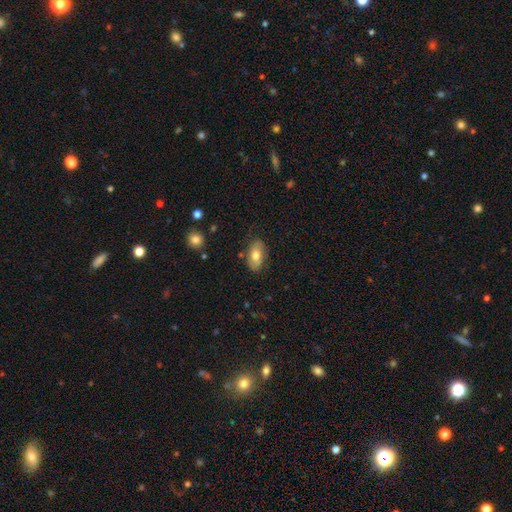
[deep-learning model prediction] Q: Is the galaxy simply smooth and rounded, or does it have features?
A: smooth — 71%.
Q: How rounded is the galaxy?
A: in between — 92%.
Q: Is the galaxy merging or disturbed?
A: none — 79%.